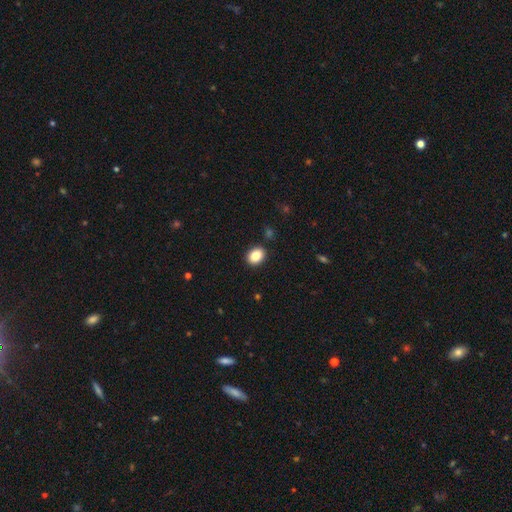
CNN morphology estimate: The model was most divided on "how rounded": in between: 60%, round: 39%, cigar-shaped: 1%. More confident: merging — none (89%); smooth or featured — smooth (85%).